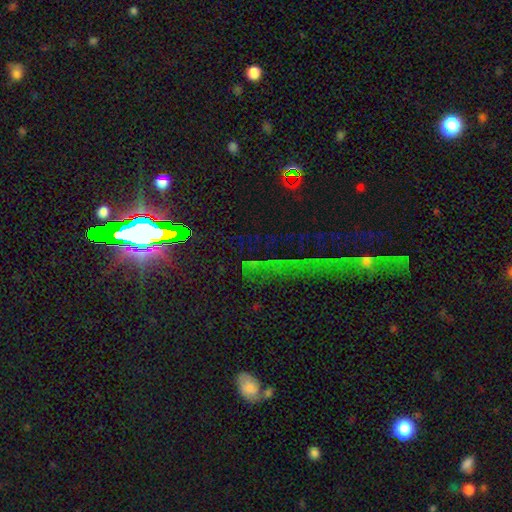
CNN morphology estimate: Overall: star or artifact (77%).